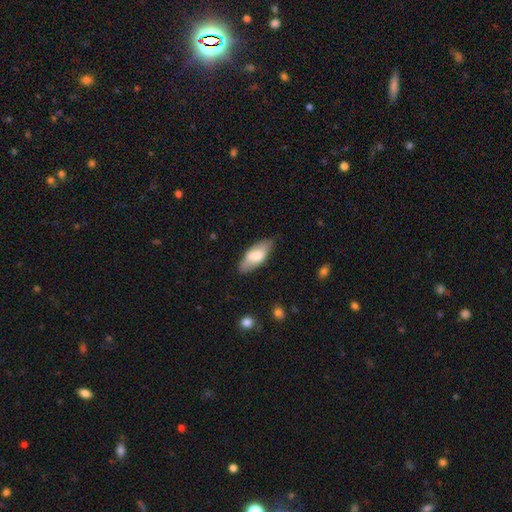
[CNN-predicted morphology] This is likely a smooth galaxy (72%). How rounded: clearly in between (82%). Merging: likely none (79%).